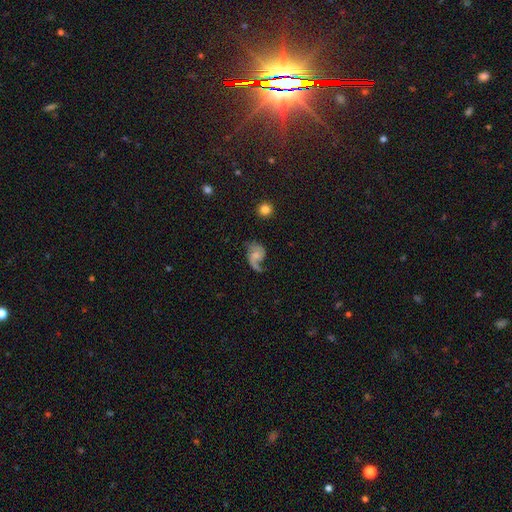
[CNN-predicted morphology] A featured or disk galaxy (79%) with no bar (64%), 2 (68%) loose (55%) spiral arms (95%) and a small central bulge (52%). Merging: none (46%).